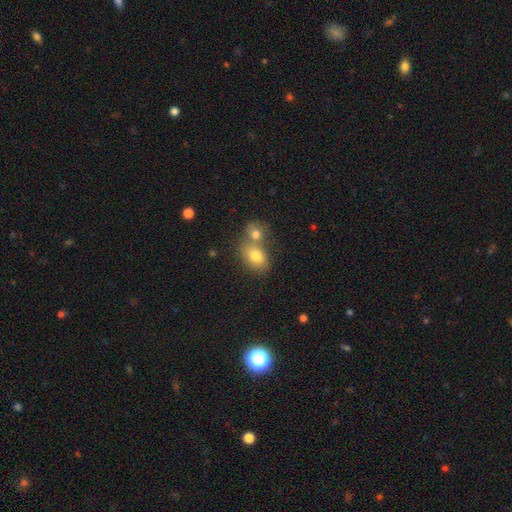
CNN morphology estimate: Q: Smooth or featured?
A: smooth (77%); runner-up: featured or disk (13%)
Q: How rounded?
A: in between (70%); runner-up: round (29%)
Q: Merging?
A: merger (51%); runner-up: none (37%)